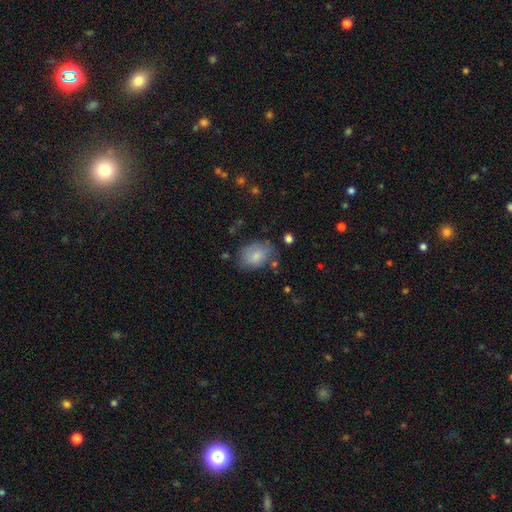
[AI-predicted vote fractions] Q: Smooth or featured?
A: smooth (79%); runner-up: featured or disk (13%)
Q: How rounded?
A: in between (74%); runner-up: round (25%)
Q: Merging?
A: none (63%); runner-up: minor disturbance (25%)